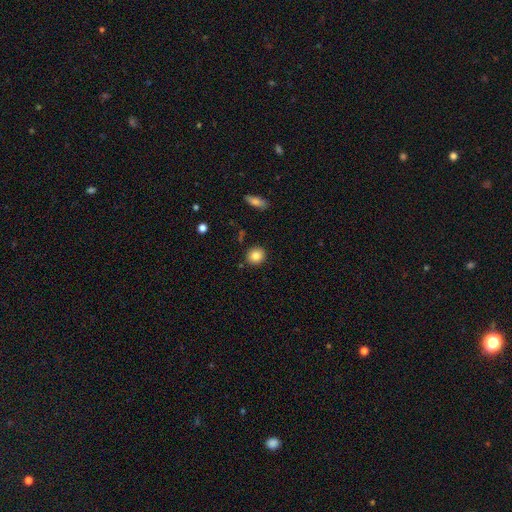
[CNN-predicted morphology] This appears to be a smooth galaxy with no disk features (85%) that is round (86%). Merging: none (88%).